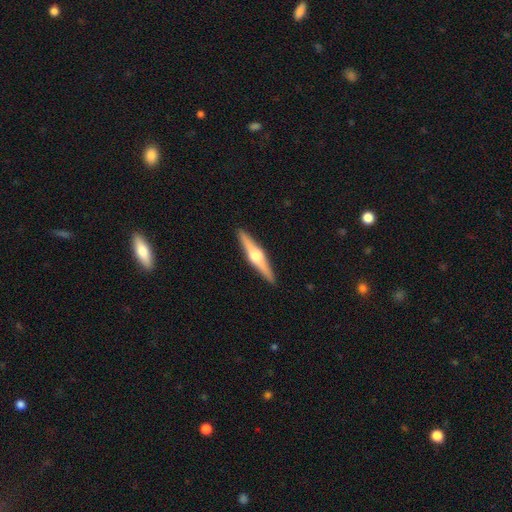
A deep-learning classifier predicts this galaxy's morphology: Q: Smooth or featured?
A: featured or disk (76%); runner-up: smooth (19%)
Q: Edge-on disk?
A: yes (98%); runner-up: no (2%)
Q: Edge-on bulge?
A: rounded (95%); runner-up: boxy (4%)
Q: Merging?
A: none (92%); runner-up: minor disturbance (6%)